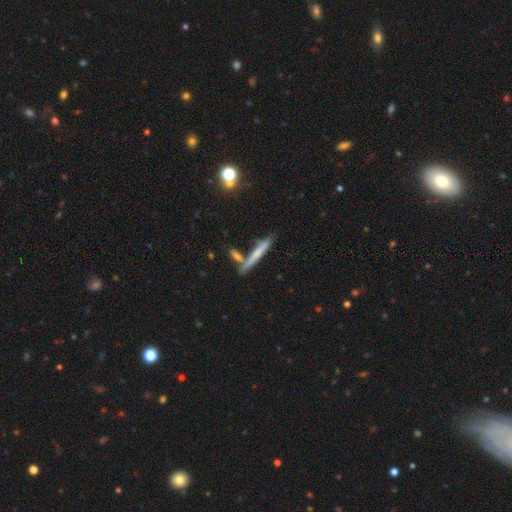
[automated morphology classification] Smooth or featured? Predicted: smooth (p=0.48). Merging? Predicted: none (p=0.71).